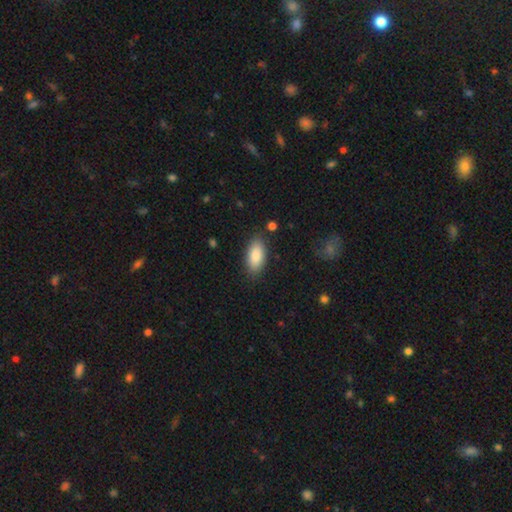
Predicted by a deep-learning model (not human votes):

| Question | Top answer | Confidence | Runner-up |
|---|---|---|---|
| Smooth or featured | smooth | 87% | featured or disk (7%) |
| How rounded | in between | 90% | cigar-shaped (8%) |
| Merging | none | 84% | minor disturbance (11%) |